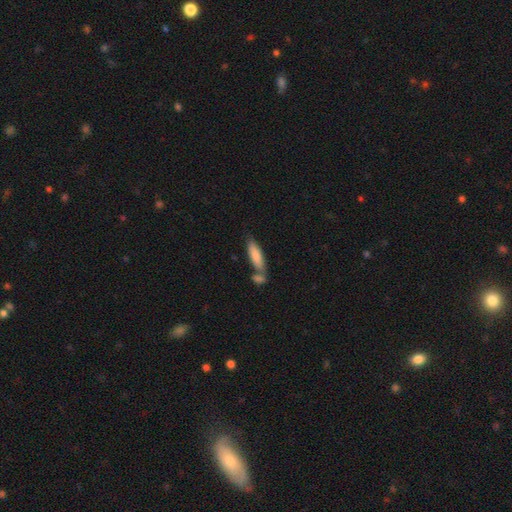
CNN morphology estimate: Smooth or featured? smooth (80%)
How rounded? cigar-shaped (57%)
Merging? none (51%)